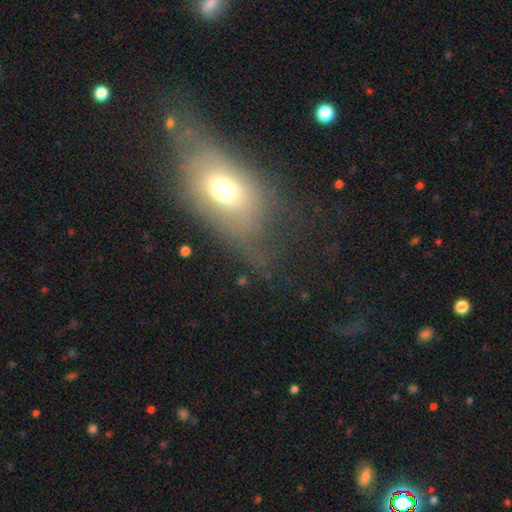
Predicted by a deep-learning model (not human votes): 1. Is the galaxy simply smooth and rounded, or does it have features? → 49% smooth, 34% featured or disk, 16% star or artifact.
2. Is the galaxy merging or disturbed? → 43% none, 27% major disturbance, 26% minor disturbance, 4% merger.